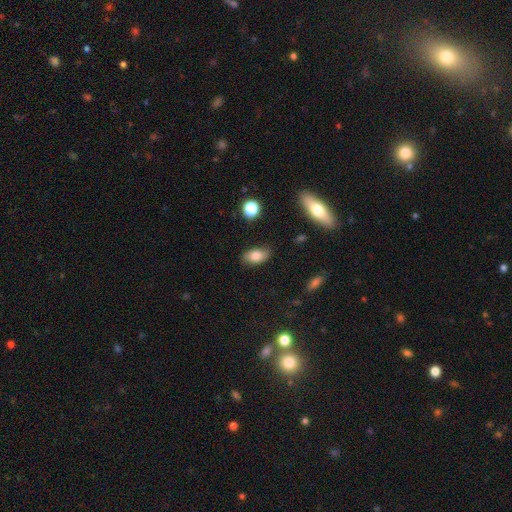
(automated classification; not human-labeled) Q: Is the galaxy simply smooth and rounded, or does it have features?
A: smooth — 78%.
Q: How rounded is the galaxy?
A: in between — 90%.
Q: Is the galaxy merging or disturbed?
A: none — 77%.